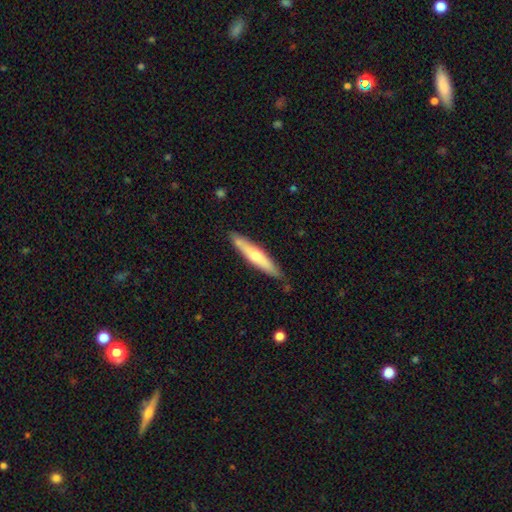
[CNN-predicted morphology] Overall: smooth (51%; featured or disk 44%). How rounded: cigar-shaped (90%). Merging: none (83%).